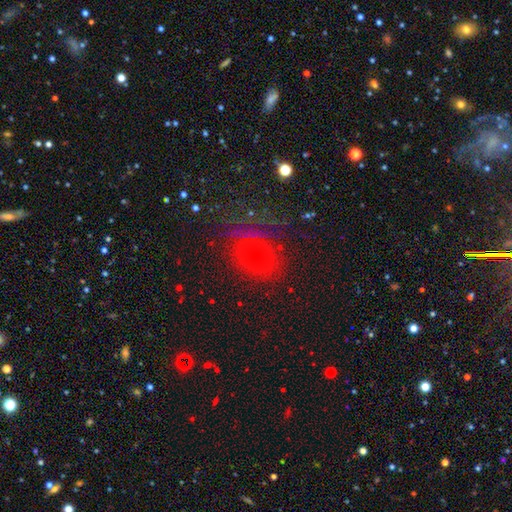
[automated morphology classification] Smooth or featured? Predicted: smooth (p=0.61). How rounded? Predicted: round (p=0.68). Merging? Predicted: none (p=0.81).